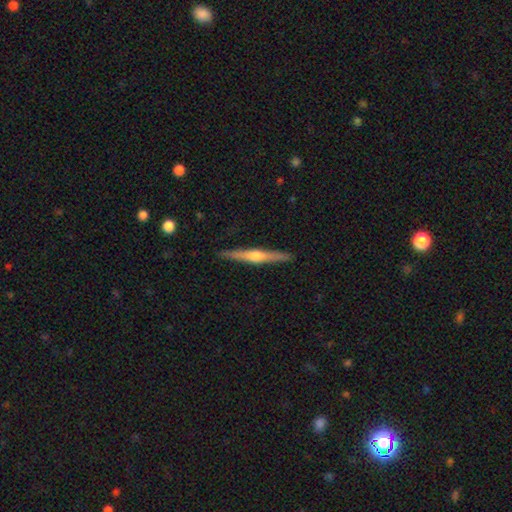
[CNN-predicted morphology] The model was most divided on "smooth or featured": featured or disk: 70%, smooth: 25%, star or artifact: 5%. More confident: edge-on disk — yes (98%); merging — none (91%); edge-on bulge — rounded (87%).